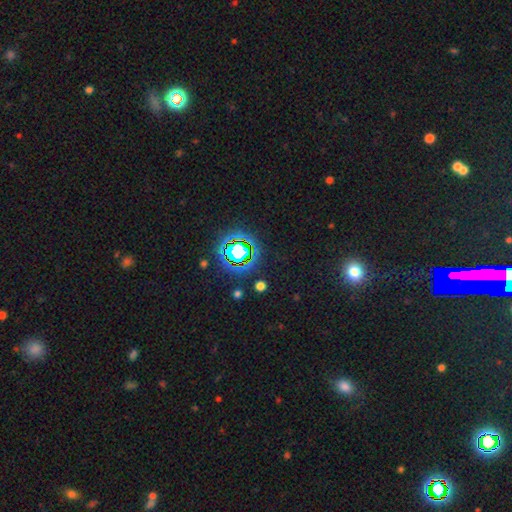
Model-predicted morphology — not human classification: Smooth or featured? star or artifact (78%)